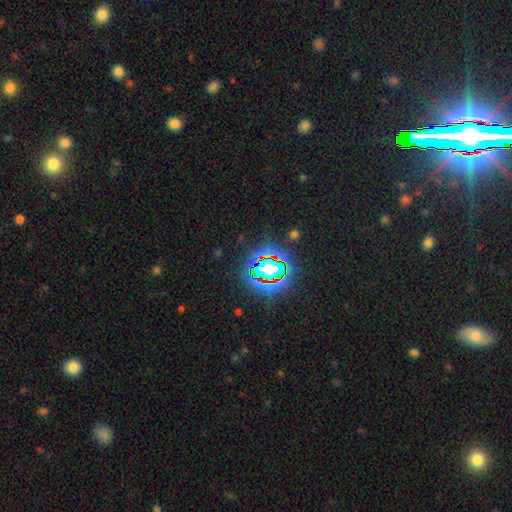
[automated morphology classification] type=star or artifact (78%).